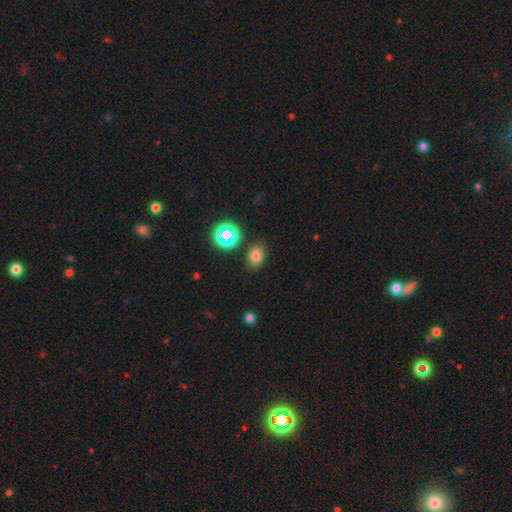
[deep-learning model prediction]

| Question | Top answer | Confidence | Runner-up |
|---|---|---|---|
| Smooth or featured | smooth | 74% | star or artifact (18%) |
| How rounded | in between | 62% | round (37%) |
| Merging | none | 81% | minor disturbance (12%) |